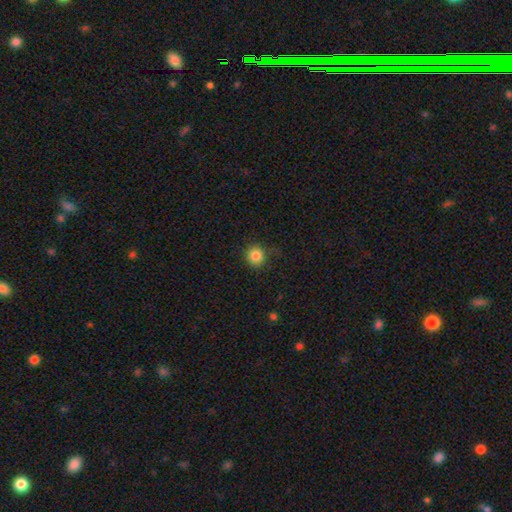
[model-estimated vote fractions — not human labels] Smooth or featured: smooth — 84% (star or artifact — 11%)
How rounded: round — 90% (in between — 9%)
Merging: none — 81% (minor disturbance — 14%)